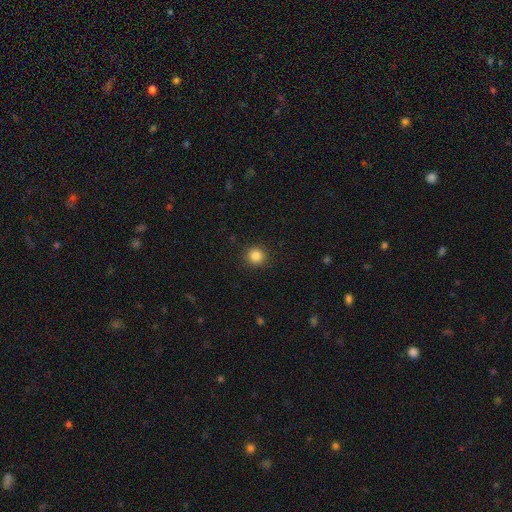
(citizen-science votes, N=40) This is clearly a smooth galaxy (88%). How rounded: clearly round (91%). Merging: clearly none (89%).